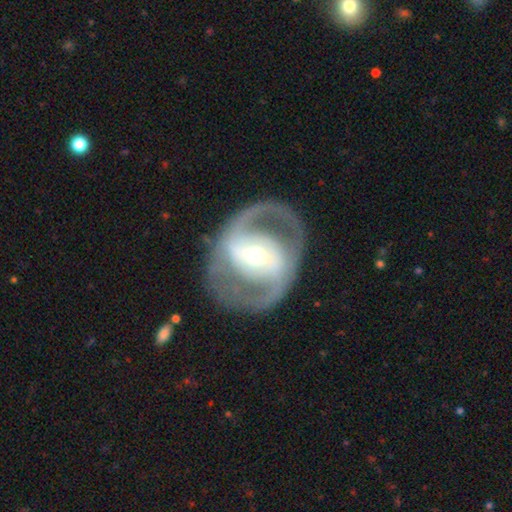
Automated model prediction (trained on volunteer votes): Q: Smooth or featured?
A: featured or disk (83%); runner-up: smooth (12%)
Q: Edge-on disk?
A: no (96%); runner-up: yes (4%)
Q: Bar?
A: strong (43%); runner-up: weak (33%)
Q: Spiral arms?
A: yes (77%); runner-up: no (23%)
Q: Spiral winding?
A: medium (48%); runner-up: tight (30%)
Q: Spiral arm count?
A: 2 (85%); runner-up: can't tell (8%)
Q: Bulge size?
A: moderate (56%); runner-up: small (34%)
Q: Merging?
A: none (77%); runner-up: minor disturbance (12%)